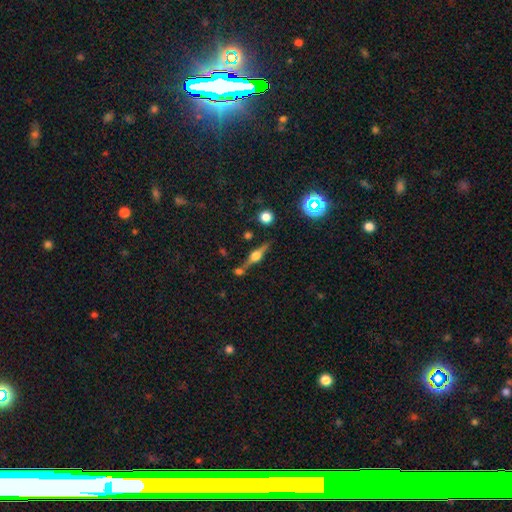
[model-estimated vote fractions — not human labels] This is likely a featured or disk galaxy (75%). It is clearly viewed edge-on (96%). Edge-on bulge: clearly rounded (93%). Merging: likely none (72%).